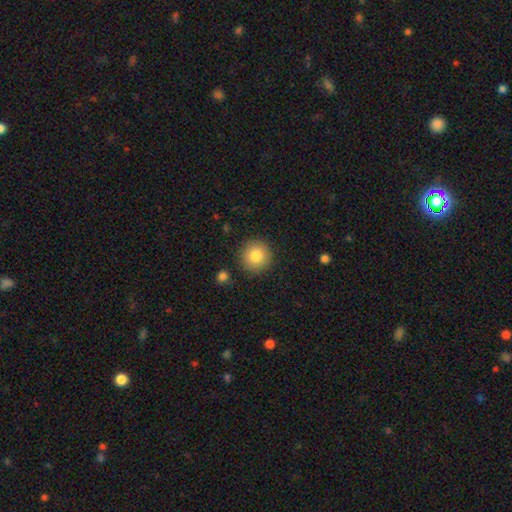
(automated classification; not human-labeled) Smooth or featured: smooth — 82% (star or artifact — 9%)
How rounded: round — 95% (in between — 4%)
Merging: none — 89% (minor disturbance — 7%)